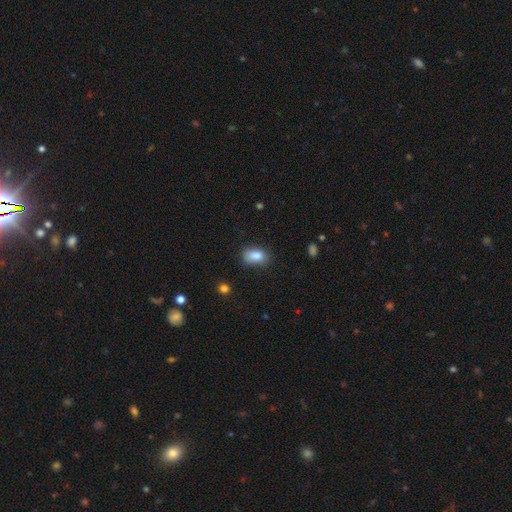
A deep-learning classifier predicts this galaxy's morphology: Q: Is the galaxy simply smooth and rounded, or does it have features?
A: smooth — 85%.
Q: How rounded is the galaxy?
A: in between — 84%.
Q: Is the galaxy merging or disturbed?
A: none — 71%.